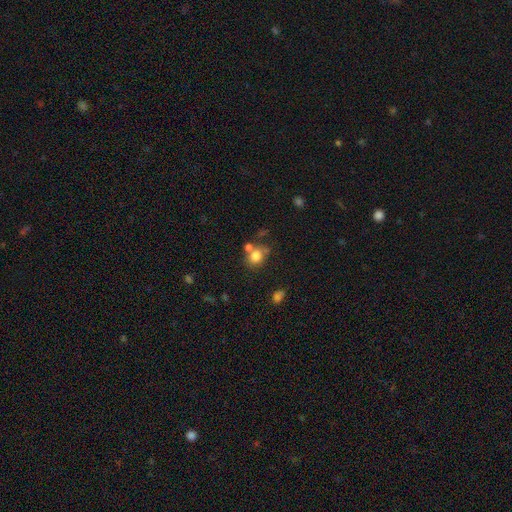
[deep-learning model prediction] Smooth or featured: smooth — 79% (star or artifact — 12%)
How rounded: round — 68% (in between — 32%)
Merging: none — 54% (merger — 27%)